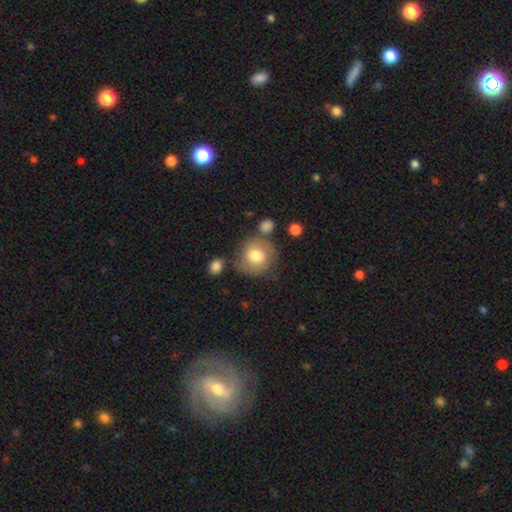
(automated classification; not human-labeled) Smooth or featured: smooth — 67% (featured or disk — 25%)
How rounded: round — 84% (in between — 15%)
Merging: none — 66% (minor disturbance — 18%)